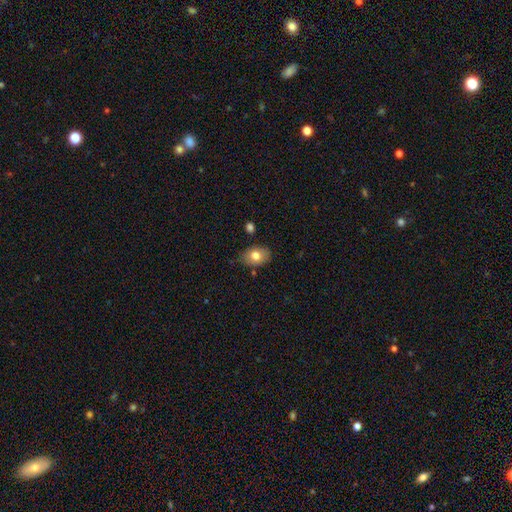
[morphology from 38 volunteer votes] type=smooth (76%); roundness=in between (90%); merging=none (81%).